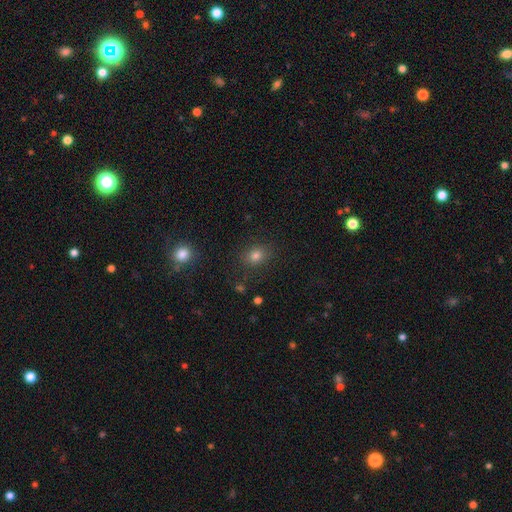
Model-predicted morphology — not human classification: type=smooth (78%); roundness=round (59%); merging=none (85%).